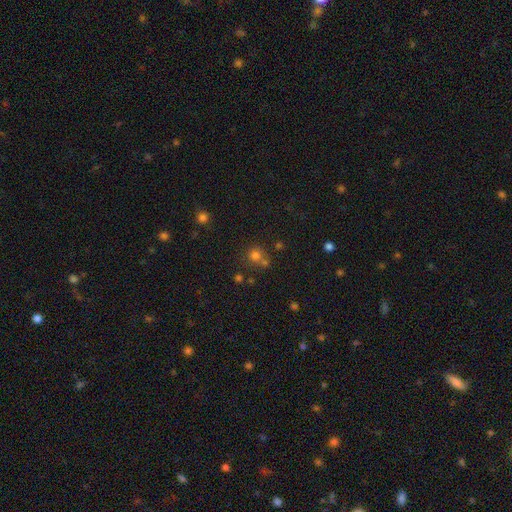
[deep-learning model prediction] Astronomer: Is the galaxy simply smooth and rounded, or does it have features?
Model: smooth — 72%.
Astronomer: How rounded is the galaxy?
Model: round — 88%.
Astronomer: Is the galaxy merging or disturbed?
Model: none — 57%.